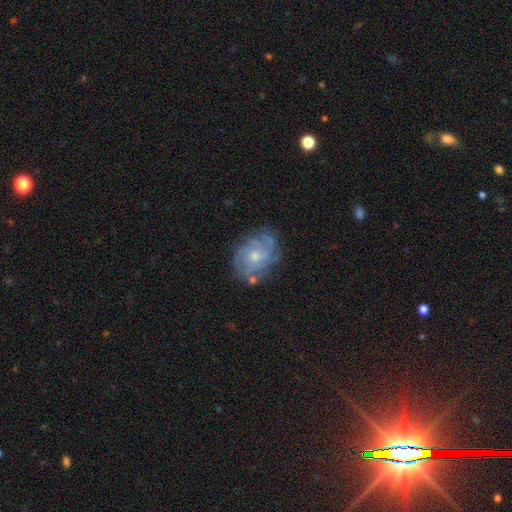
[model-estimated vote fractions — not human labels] A featured or disk galaxy (74%) with no bar (77%), tight (52%) spiral arms (88%) and a moderate central bulge (53%).

Vote fractions:
- Smooth or featured? featured or disk: 74% / smooth: 18% / star or artifact: 8%
- Edge-on disk? no: 97% / yes: 3%
- Bar? no: 77% / weak: 21% / strong: 3%
- Spiral arms? yes: 88% / no: 12%
- Spiral winding? tight: 52% / medium: 35% / loose: 13%
- Spiral arm count? can't tell: 40% / 4: 21% / 3: 17% / 2: 9% / more than 4: 8% / 1: 5%
- Bulge size? moderate: 53% / small: 40% / large: 3% / none: 3% / dominant: 1%
- Merging? none: 70% / minor disturbance: 19% / major disturbance: 8% / merger: 3%